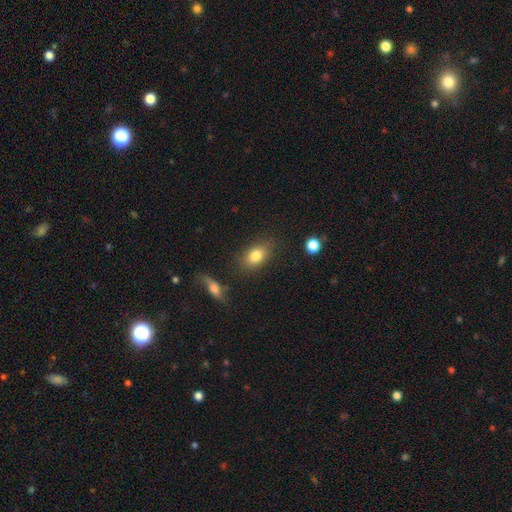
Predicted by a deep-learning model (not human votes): The model was most divided on "how rounded": in between: 78%, round: 19%, cigar-shaped: 3%. More confident: smooth or featured — smooth (81%); merging — none (79%).